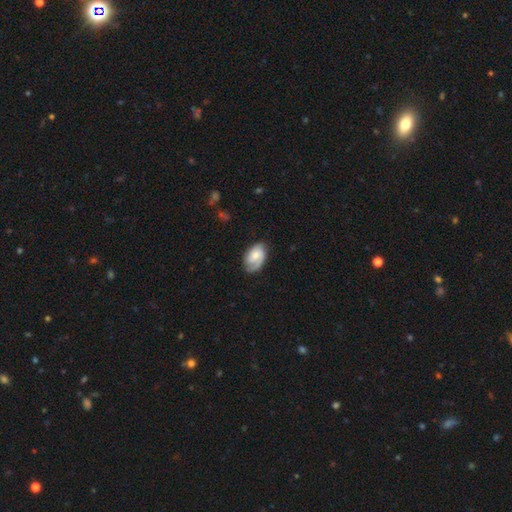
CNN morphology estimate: This is likely a featured or disk galaxy (60%). It is clearly not viewed edge-on (96%). Bar: likely no (61%). Spiral arm pattern: clearly yes (90%). Spiral arm count: possibly 2 (47%). Spiral winding: possibly tight (45%). Central bulge: possibly moderate (50%). Merging: likely none (67%).